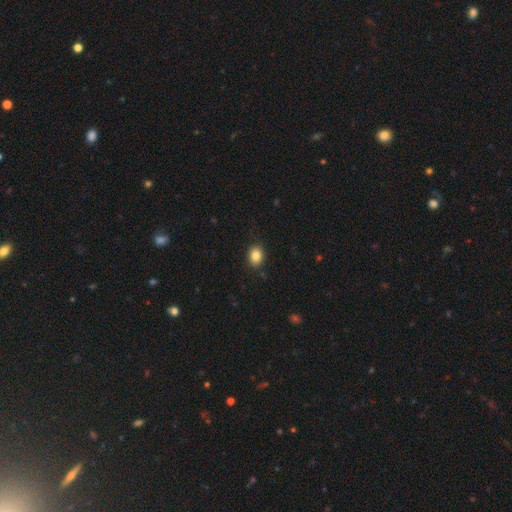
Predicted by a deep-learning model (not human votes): The model was most divided on "how rounded": in between: 57%, round: 42%, cigar-shaped: 1%. More confident: merging — none (88%); smooth or featured — smooth (85%).